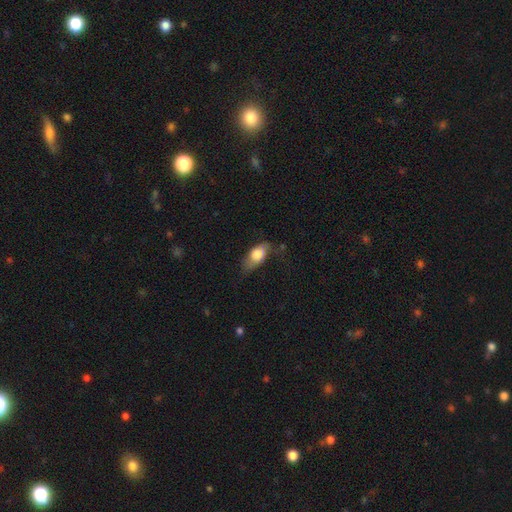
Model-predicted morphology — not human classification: A smooth galaxy with no disk features (73%) that is in between round and cigar-shaped (85%). Merging: none (46%).